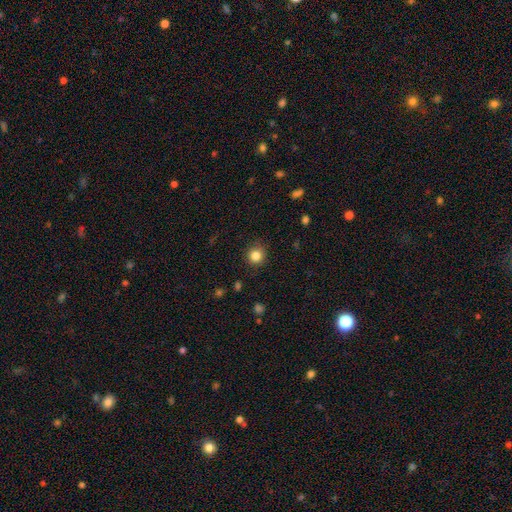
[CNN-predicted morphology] Q: Smooth or featured?
A: smooth (84%); runner-up: star or artifact (11%)
Q: How rounded?
A: round (91%); runner-up: in between (9%)
Q: Merging?
A: none (86%); runner-up: minor disturbance (10%)